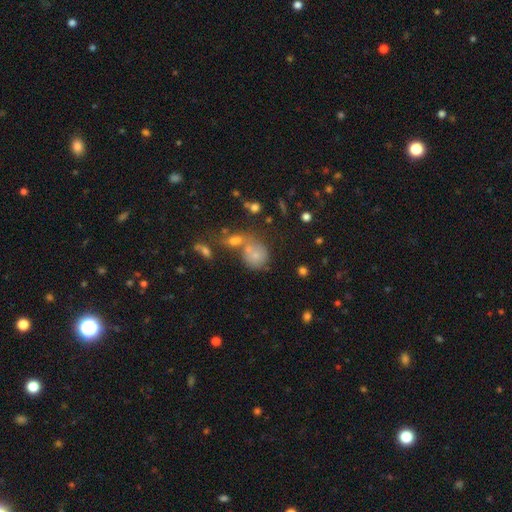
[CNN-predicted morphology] A smooth galaxy with no disk features (69%) that is round (70%). Merging: none (39%, tied with merger).